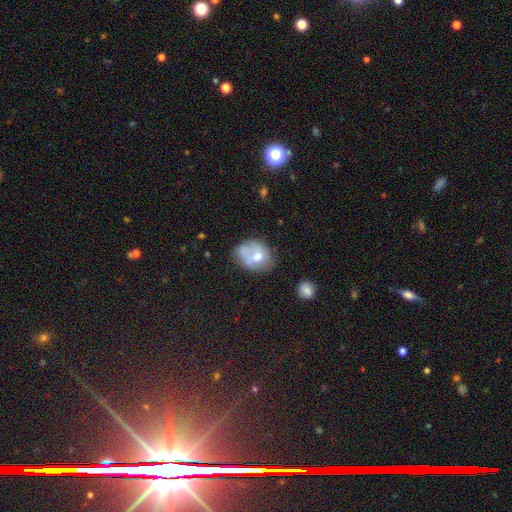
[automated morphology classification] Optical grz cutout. It shows a smooth galaxy with no disk features (58%) that is in between round and cigar-shaped (52%). Merging: none (39%).